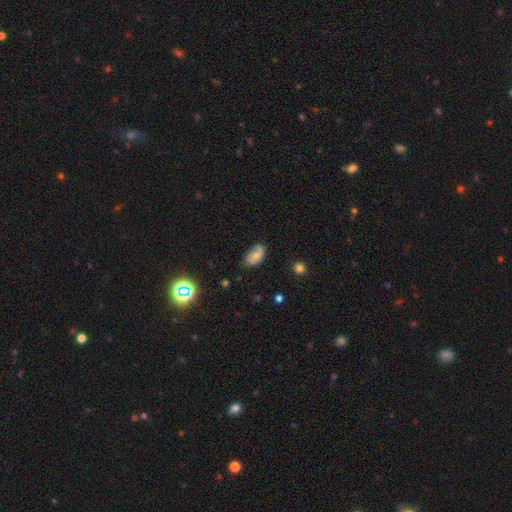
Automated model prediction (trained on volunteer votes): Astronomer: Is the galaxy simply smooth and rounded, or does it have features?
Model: smooth — 53% (runner-up: featured or disk, 36%).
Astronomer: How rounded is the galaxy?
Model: in between — 91%.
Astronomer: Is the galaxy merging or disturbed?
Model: none — 55% (runner-up: minor disturbance, 32%).